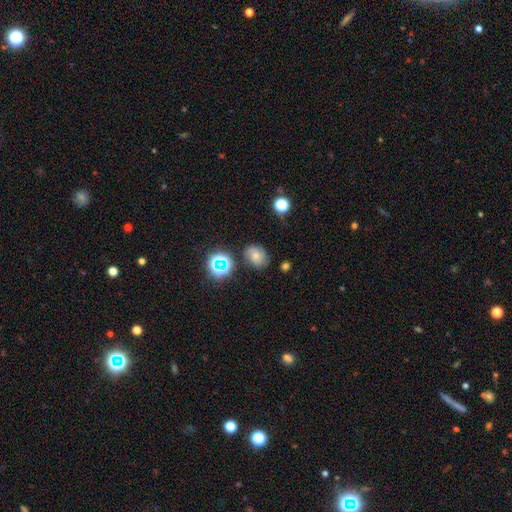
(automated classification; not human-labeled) smooth-or-featured: smooth: 52% | featured or disk: 27% | star or artifact: 21%
  how-rounded: in between: 50% | round: 49% | cigar-shaped: 1%
  merging: none: 72% | minor disturbance: 19% | major disturbance: 6% | merger: 4%